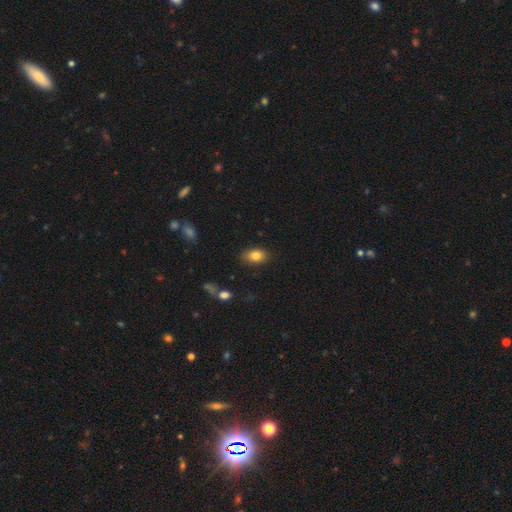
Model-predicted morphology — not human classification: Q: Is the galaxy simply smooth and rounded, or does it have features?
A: smooth — 82%.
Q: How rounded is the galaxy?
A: in between — 84%.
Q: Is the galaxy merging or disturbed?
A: none — 85%.